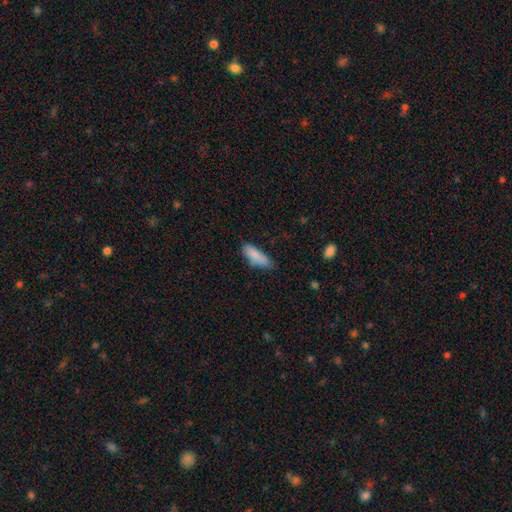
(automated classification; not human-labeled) A smooth galaxy with no disk features (86%) that is in between round and cigar-shaped (56%).

Vote fractions:
- Smooth or featured? smooth: 86% / featured or disk: 7% / star or artifact: 7%
- How rounded? in between: 56% / cigar-shaped: 43% / round: 2%
- Merging? none: 60% / minor disturbance: 31% / major disturbance: 6% / merger: 3%